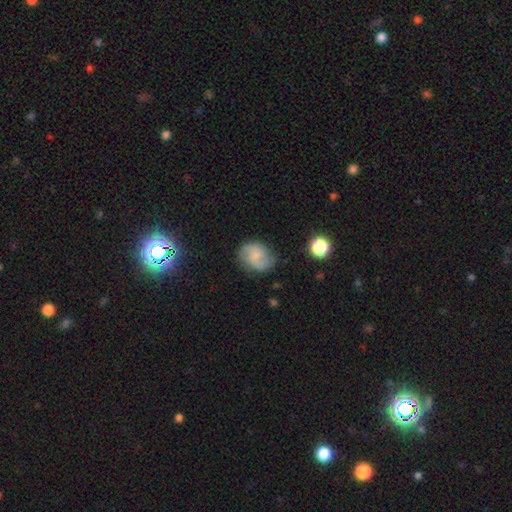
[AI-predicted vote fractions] Morphology: type=featured or disk (57%); edge-on=no (98%); bar=no (56%); spiral arms=yes (93%); winding=medium (45%); arm count=2 (87%); bulge=none (43%); merging=none (75%).